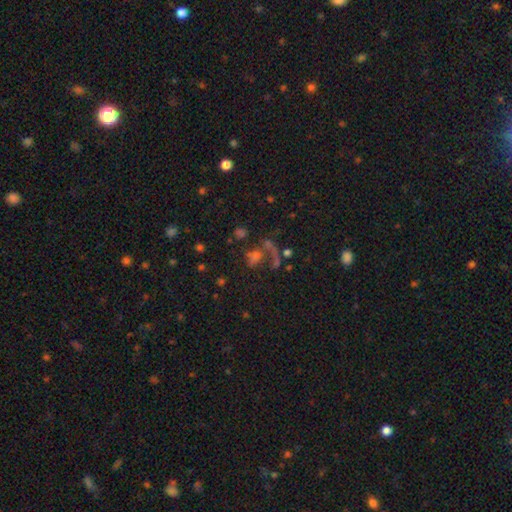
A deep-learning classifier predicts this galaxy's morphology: This appears to be a star or artifact, not a galaxy (39%).